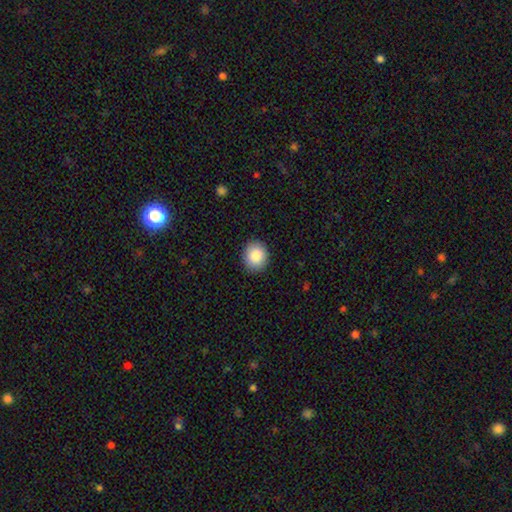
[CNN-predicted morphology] This appears to be a smooth galaxy with no disk features (88%) that is round (70%). Merging: none (90%).